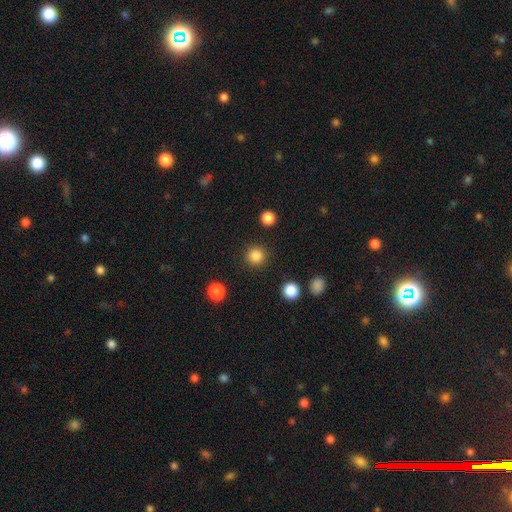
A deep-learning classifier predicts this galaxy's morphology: Smooth or featured?
  - smooth: 85% *
  - star or artifact: 12%
  - featured or disk: 3%
How rounded?
  - round: 95% *
  - in between: 4%
  - cigar-shaped: 1%
Merging?
  - none: 91% *
  - minor disturbance: 5%
  - major disturbance: 2%
  - merger: 1%